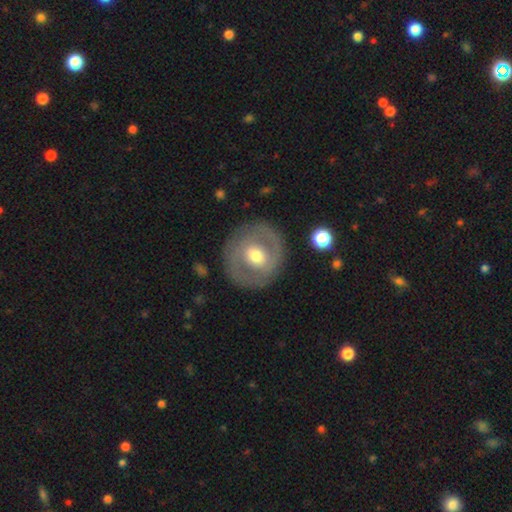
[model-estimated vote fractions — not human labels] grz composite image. It shows a featured or disk galaxy (59%) with no bar (53%), no spiral arms (61%) and a moderate central bulge (69%). Merging: none (82%).